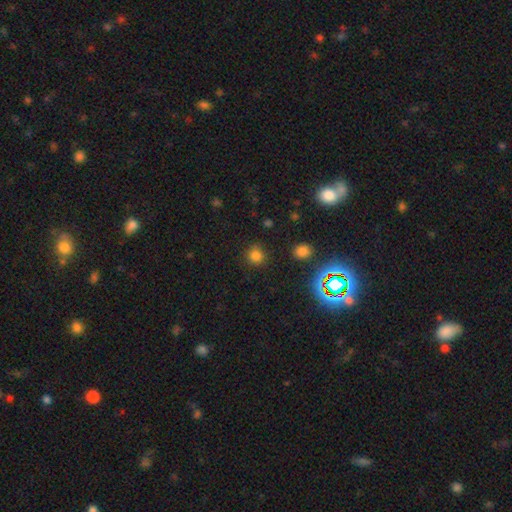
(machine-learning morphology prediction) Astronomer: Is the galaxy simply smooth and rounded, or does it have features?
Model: smooth — 78%.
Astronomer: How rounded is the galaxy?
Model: round — 89%.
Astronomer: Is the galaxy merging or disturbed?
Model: none — 85%.